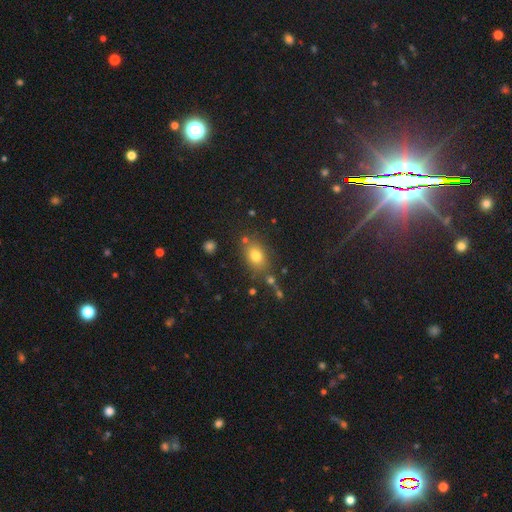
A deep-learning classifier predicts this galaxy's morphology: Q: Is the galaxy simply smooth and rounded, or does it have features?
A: smooth — 76%.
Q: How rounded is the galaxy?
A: in between — 68%.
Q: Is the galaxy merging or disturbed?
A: none — 74%.